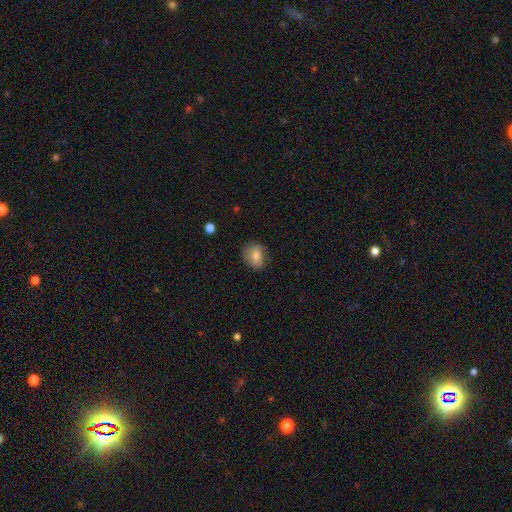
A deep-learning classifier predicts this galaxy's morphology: This is likely a smooth galaxy (77%). How rounded: possibly round (50%). Merging: likely none (75%).